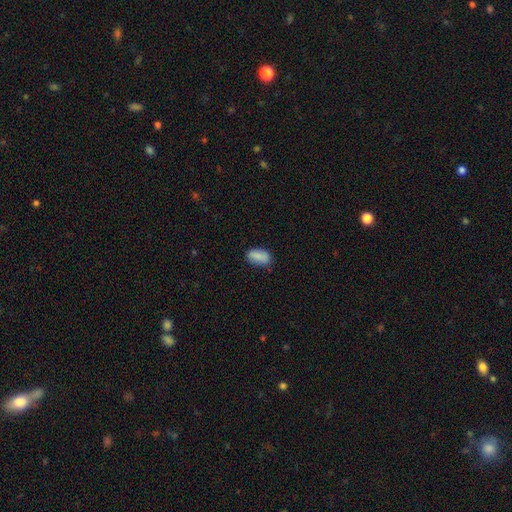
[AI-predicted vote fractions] Overall: smooth (86%). How rounded: in between (91%). Merging: none (77%).